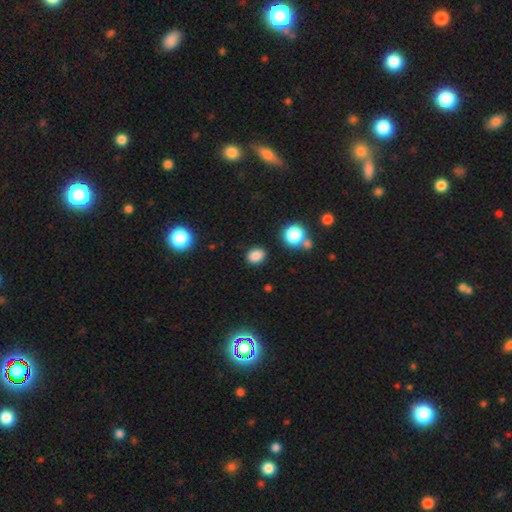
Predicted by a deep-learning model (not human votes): smooth_or_featured: smooth (p=0.84) [alt: star or artifact p=0.12]
how_rounded: in between (p=0.57) [alt: round p=0.42]
merging: none (p=0.85) [alt: minor disturbance p=0.10]